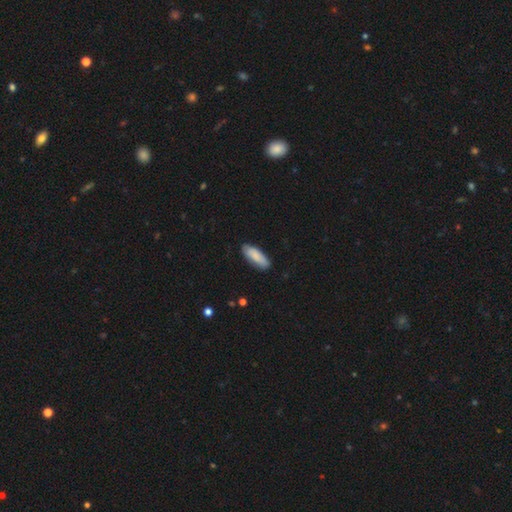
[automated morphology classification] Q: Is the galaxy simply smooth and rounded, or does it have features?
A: smooth — 85%.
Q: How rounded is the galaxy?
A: in between — 67%.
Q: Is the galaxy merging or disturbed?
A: none — 83%.